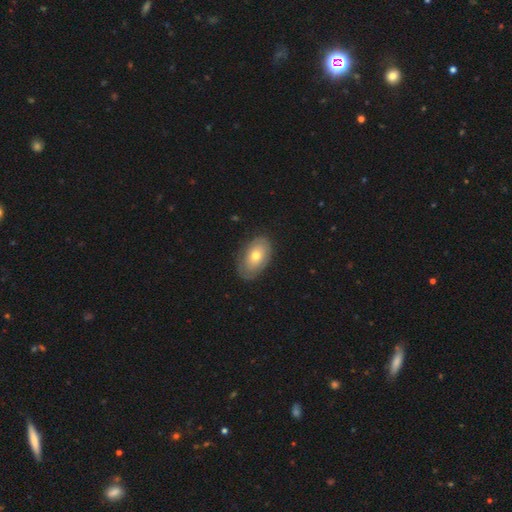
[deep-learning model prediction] smooth 59%, featured or disk 35%, star or artifact 6%. Down the decision tree: how rounded — in between (90%); merging — none (78%).